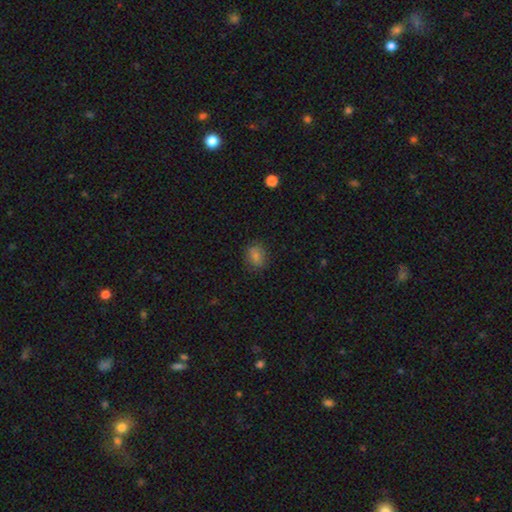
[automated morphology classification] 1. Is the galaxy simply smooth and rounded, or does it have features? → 78% smooth, 14% star or artifact, 8% featured or disk.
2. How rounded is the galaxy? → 62% round, 36% in between, 1% cigar-shaped.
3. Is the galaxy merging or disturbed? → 85% none, 11% minor disturbance, 3% major disturbance, 1% merger.